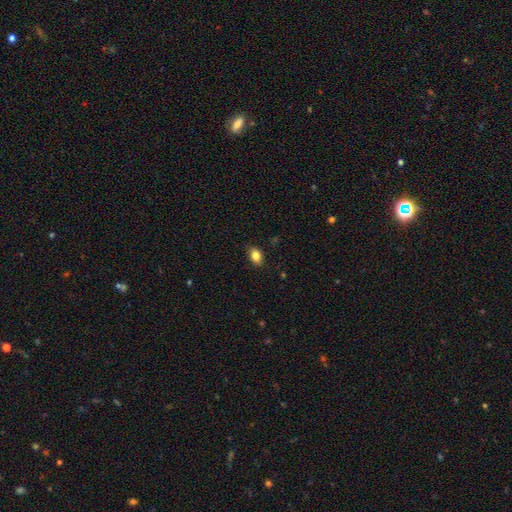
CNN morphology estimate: Q: Smooth or featured?
A: smooth (85%); runner-up: star or artifact (9%)
Q: How rounded?
A: in between (79%); runner-up: round (20%)
Q: Merging?
A: none (86%); runner-up: minor disturbance (11%)